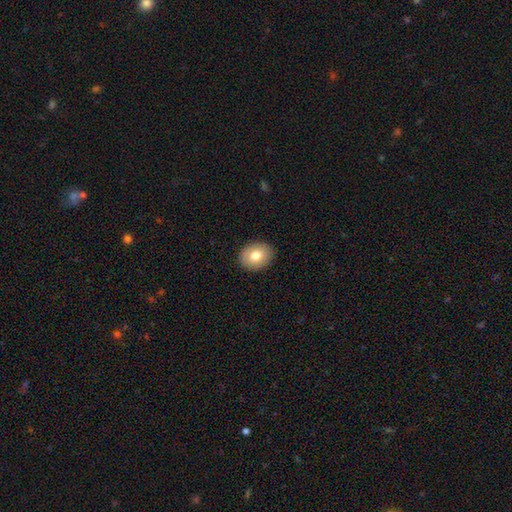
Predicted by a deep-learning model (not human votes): A smooth galaxy with no disk features (76%) that is in between round and cigar-shaped (53%).

Vote fractions:
- Smooth or featured? smooth: 76% / featured or disk: 16% / star or artifact: 8%
- How rounded? in between: 53% / round: 47% / cigar-shaped: 1%
- Merging? none: 90% / minor disturbance: 7% / major disturbance: 2% / merger: 1%